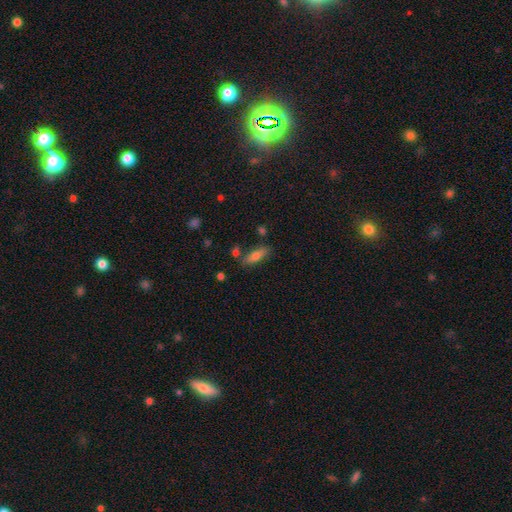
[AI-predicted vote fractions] The model was most divided on "how rounded": in between: 57%, cigar-shaped: 40%, round: 3%. More confident: merging — none (72%); smooth or featured — smooth (71%).